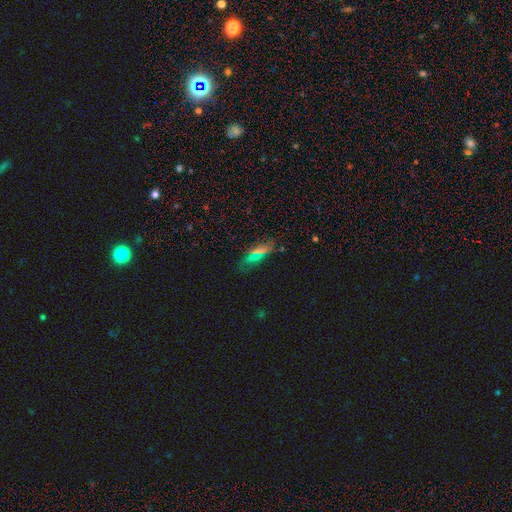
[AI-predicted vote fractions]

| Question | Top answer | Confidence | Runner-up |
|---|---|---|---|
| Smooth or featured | smooth | 54% | star or artifact (28%) |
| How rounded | in between | 49% | cigar-shaped (45%) |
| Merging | none | 78% | minor disturbance (15%) |